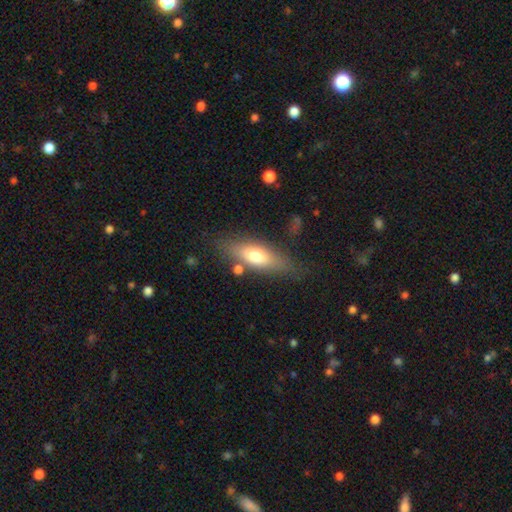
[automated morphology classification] A smooth galaxy with no disk features (63%) that is in between round and cigar-shaped (58%). Merging: none (73%).